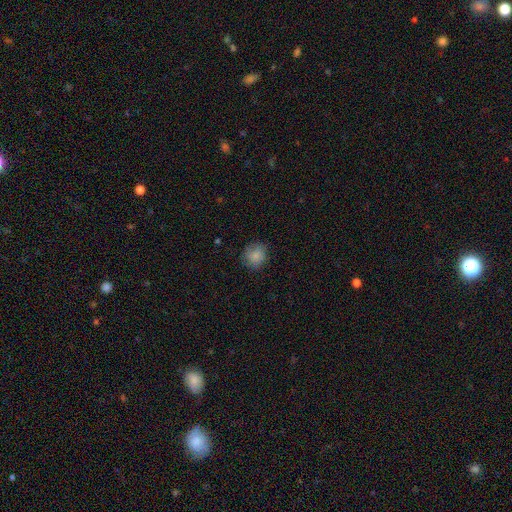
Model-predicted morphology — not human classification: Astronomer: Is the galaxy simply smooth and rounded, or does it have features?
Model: smooth — 84%.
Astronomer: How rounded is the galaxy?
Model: round — 86%.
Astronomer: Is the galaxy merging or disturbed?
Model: none — 80%.